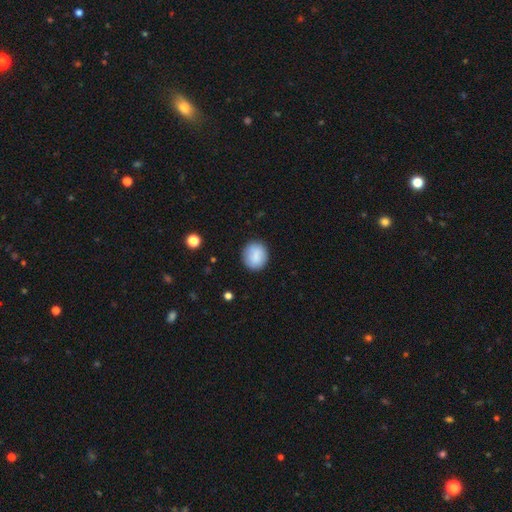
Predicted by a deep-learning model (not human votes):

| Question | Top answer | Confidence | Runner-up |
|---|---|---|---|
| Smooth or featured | smooth | 83% | featured or disk (10%) |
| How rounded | round | 77% | in between (22%) |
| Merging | none | 85% | minor disturbance (11%) |